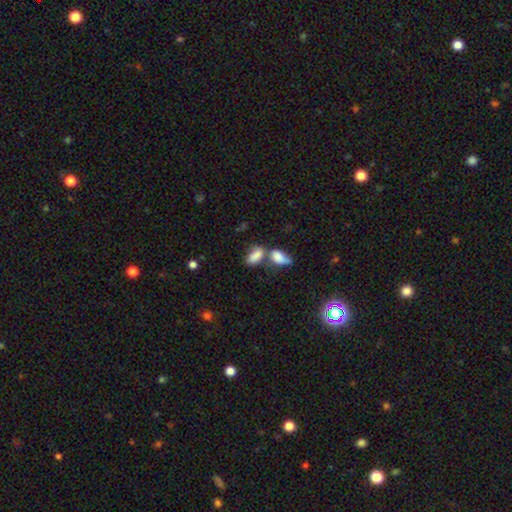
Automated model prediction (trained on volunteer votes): This appears to be a smooth galaxy with no disk features (81%) that is in between round and cigar-shaped (90%). Merging: merger (62%).